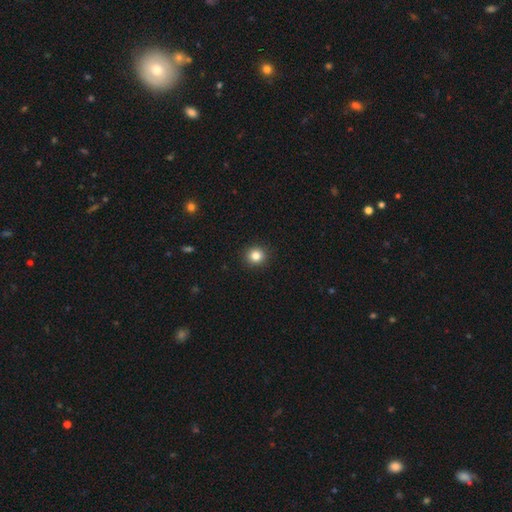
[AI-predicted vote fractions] Q: Smooth or featured?
A: smooth (83%); runner-up: star or artifact (11%)
Q: How rounded?
A: round (90%); runner-up: in between (9%)
Q: Merging?
A: none (93%); runner-up: minor disturbance (5%)